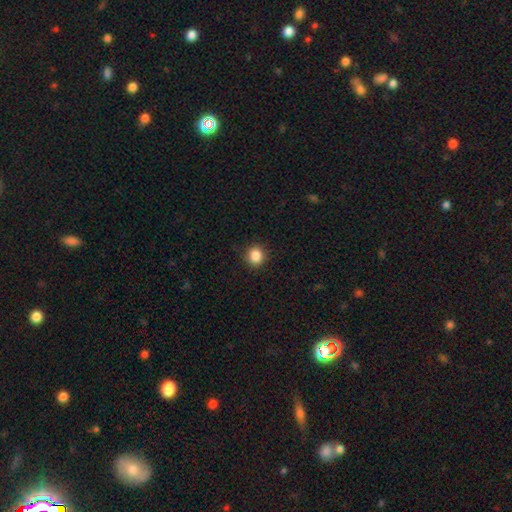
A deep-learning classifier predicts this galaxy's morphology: smooth 86%, star or artifact 10%, featured or disk 3%. Down the decision tree: how rounded — round (85%); merging — none (91%).